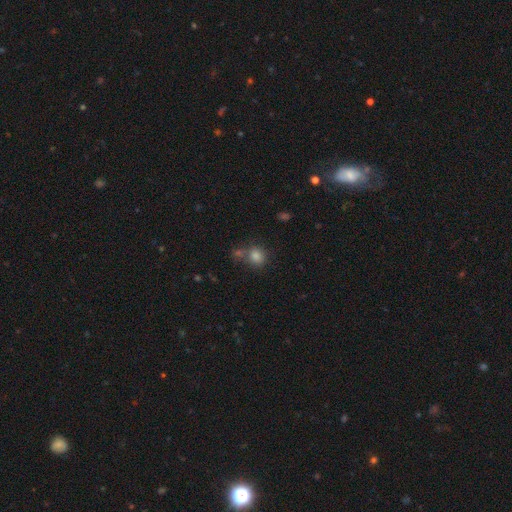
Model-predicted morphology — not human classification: Smooth or featured? smooth (79%)
How rounded? round (80%)
Merging? none (63%)